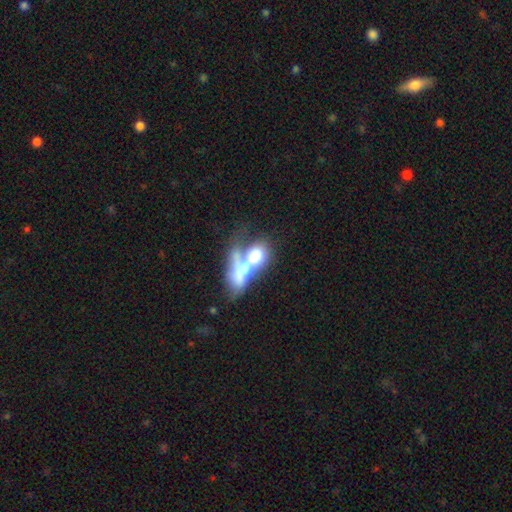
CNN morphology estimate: Q: Smooth or featured?
A: smooth (55%); runner-up: featured or disk (36%)
Q: How rounded?
A: in between (67%); runner-up: round (26%)
Q: Merging?
A: merger (73%); runner-up: major disturbance (12%)